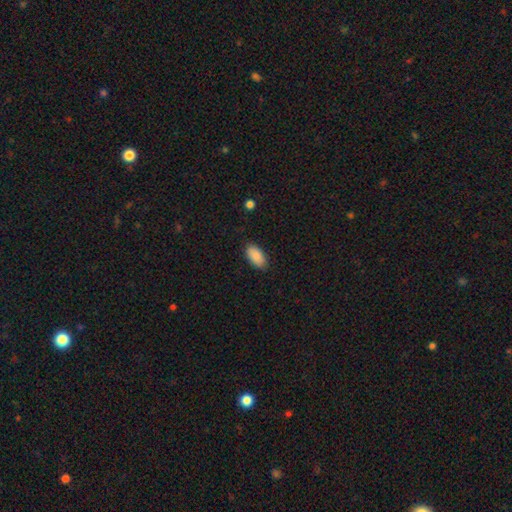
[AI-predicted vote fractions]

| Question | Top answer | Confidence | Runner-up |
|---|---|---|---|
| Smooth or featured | smooth | 88% | star or artifact (7%) |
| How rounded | in between | 94% | cigar-shaped (3%) |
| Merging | none | 87% | minor disturbance (10%) |